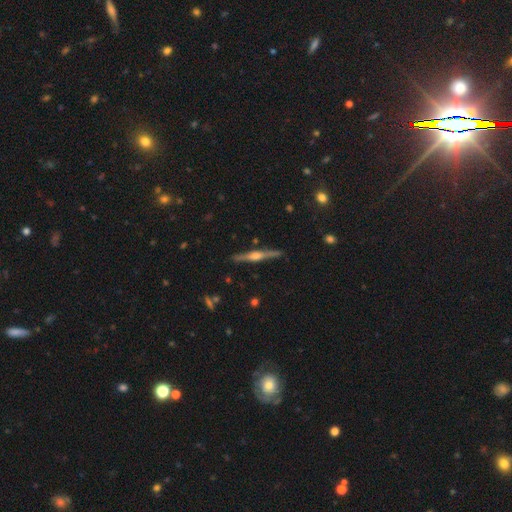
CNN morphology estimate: Smooth or featured? Predicted: featured or disk (p=0.79). Edge-on disk? Predicted: yes (p=0.98). Edge-on bulge? Predicted: rounded (p=0.86). Merging? Predicted: none (p=0.90).